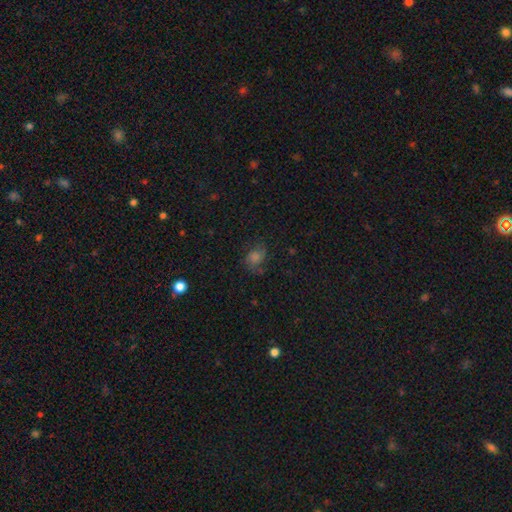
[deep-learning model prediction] The model was most divided on "smooth or featured": smooth: 49%, featured or disk: 28%, star or artifact: 24%. More confident: merging — none (63%).